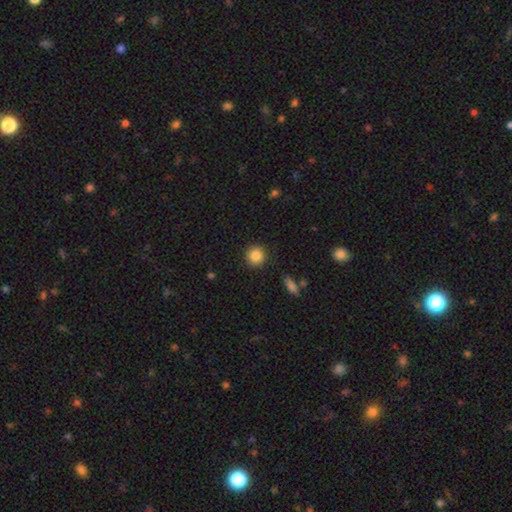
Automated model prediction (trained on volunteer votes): Morphology: type=smooth (85%); roundness=round (93%); merging=none (90%).